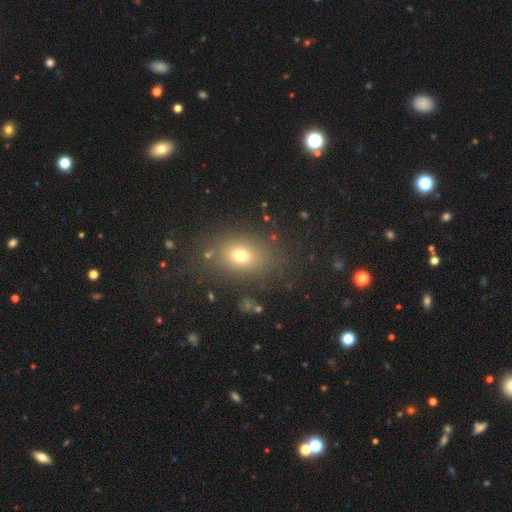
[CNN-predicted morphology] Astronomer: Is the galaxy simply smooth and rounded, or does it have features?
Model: smooth — 62%.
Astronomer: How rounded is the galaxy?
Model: in between — 60% (runner-up: round, 38%).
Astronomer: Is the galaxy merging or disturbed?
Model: none — 84%.